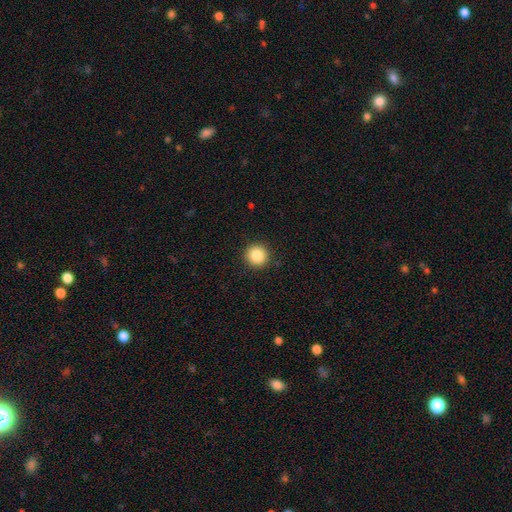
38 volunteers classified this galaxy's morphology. Volunteers were most divided on "merging": none: 86%, minor disturbance: 8%, major disturbance: 3%, merger: 3%. More confident: how rounded — round (100%); smooth or featured — smooth (95%).